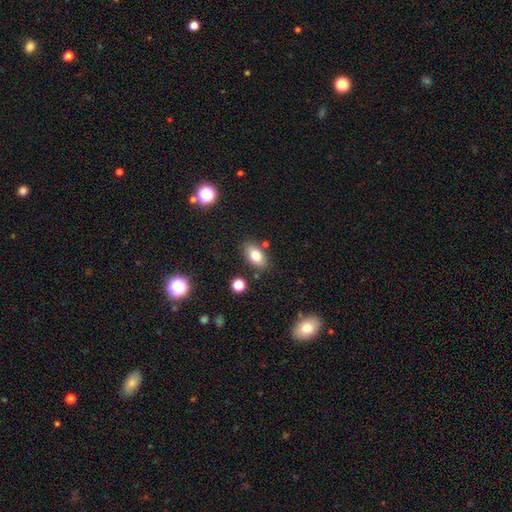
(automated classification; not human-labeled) Smooth or featured? smooth (77%)
How rounded? in between (89%)
Merging? none (80%)